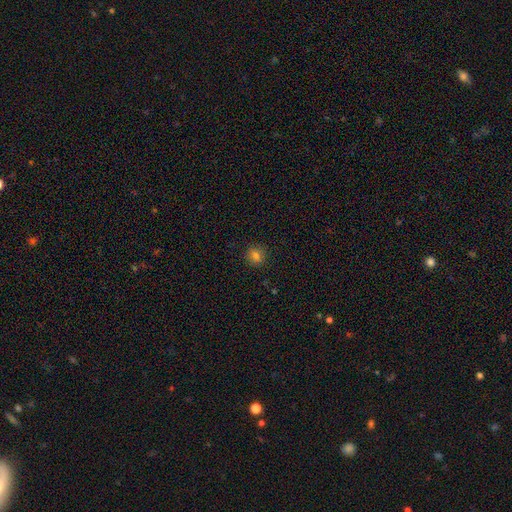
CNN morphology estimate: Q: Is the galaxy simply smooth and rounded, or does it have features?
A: smooth — 80%.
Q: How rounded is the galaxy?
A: round — 91%.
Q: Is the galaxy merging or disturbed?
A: none — 91%.